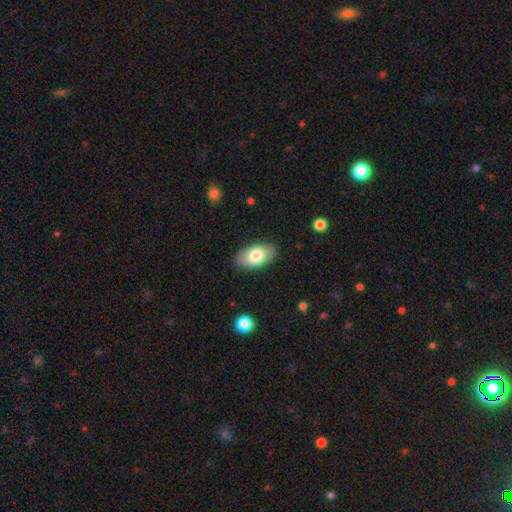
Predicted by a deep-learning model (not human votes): smooth_or_featured: smooth (p=0.76) [alt: featured or disk p=0.18]
how_rounded: in between (p=0.95) [alt: round p=0.04]
merging: none (p=0.87) [alt: minor disturbance p=0.10]